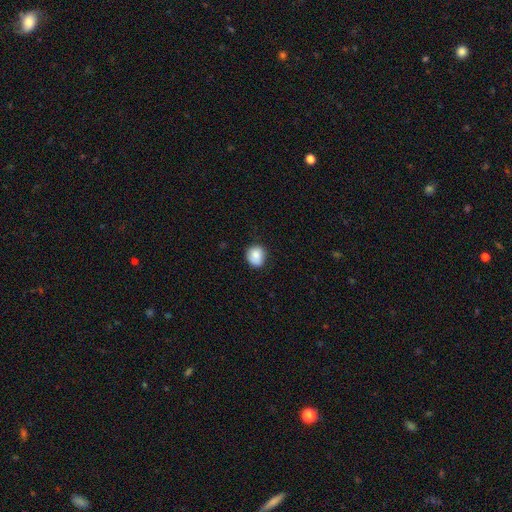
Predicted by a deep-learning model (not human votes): smooth 85%, star or artifact 8%, featured or disk 7%. Down the decision tree: how rounded — round (77%); merging — none (74%).